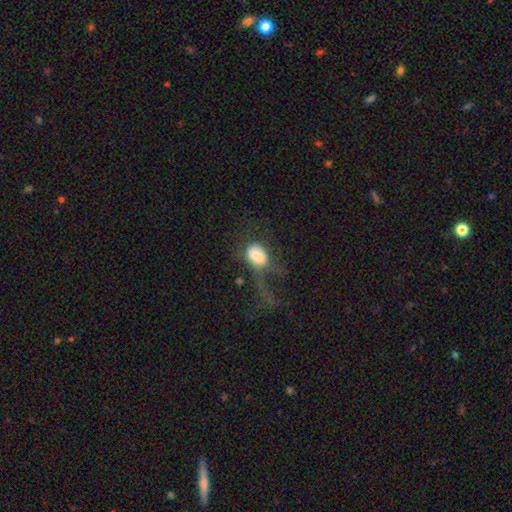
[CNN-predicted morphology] This is likely a smooth galaxy (70%). How rounded: likely in between (74%). Merging: possibly major disturbance (58%).